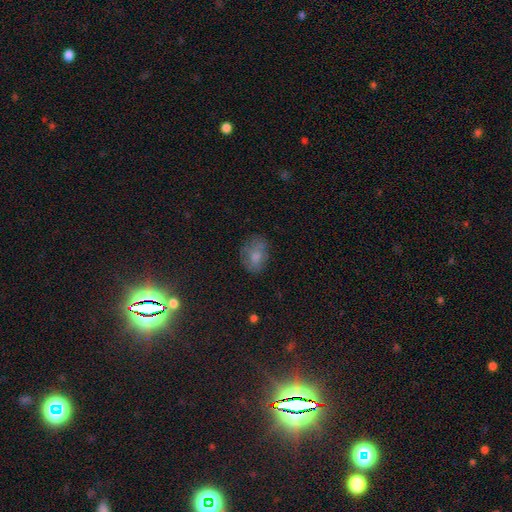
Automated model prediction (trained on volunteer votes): Smooth or featured? smooth (70%)
How rounded? in between (65%)
Merging? none (64%)